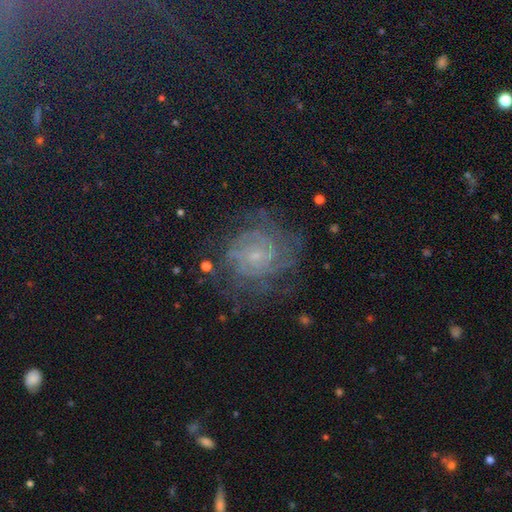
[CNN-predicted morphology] Smooth or featured? Predicted: featured or disk (p=0.66). Edge-on disk? Predicted: no (p=0.97). Bar? Predicted: no (p=0.70). Spiral arms? Predicted: yes (p=0.92). Spiral winding? Predicted: tight (p=0.69). Spiral arm count? Predicted: can't tell (p=0.44). Bulge size? Predicted: small (p=0.78). Merging? Predicted: none (p=0.73).